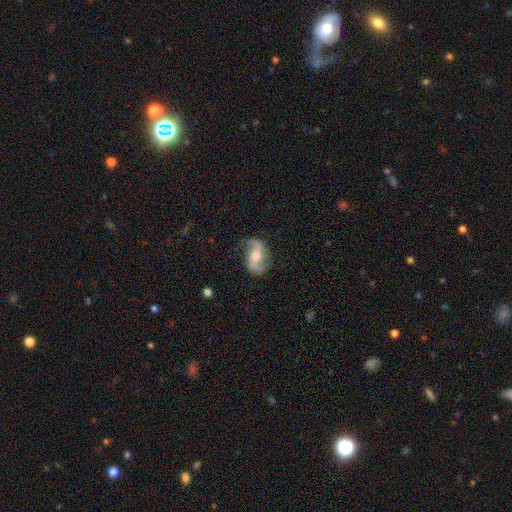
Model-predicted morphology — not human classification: type=featured or disk (84%); edge-on=no (96%); bar=weak (39%); spiral arms=yes (94%); winding=loose (71%); arm count=2 (92%); bulge=moderate (69%); merging=none (78%).